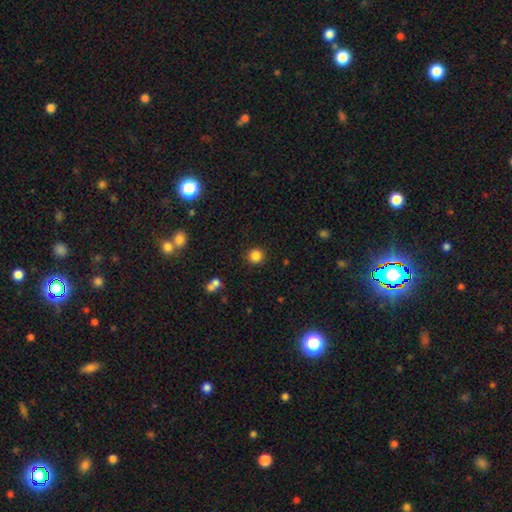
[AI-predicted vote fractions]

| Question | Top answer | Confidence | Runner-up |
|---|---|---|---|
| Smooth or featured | smooth | 85% | star or artifact (11%) |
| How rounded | round | 94% | in between (5%) |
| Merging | none | 90% | minor disturbance (6%) |